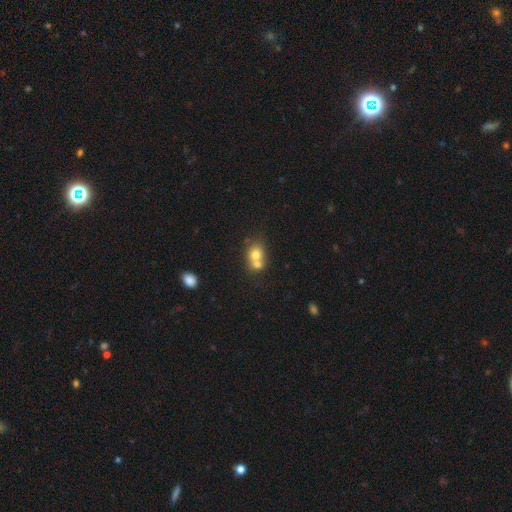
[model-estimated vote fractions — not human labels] Smooth or featured? Predicted: smooth (p=0.71). How rounded? Predicted: round (p=0.68). Merging? Predicted: merger (p=0.61).